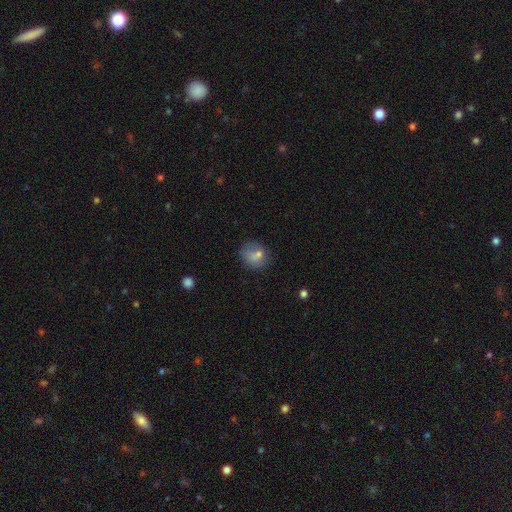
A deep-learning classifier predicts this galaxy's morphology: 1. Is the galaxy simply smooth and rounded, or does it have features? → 72% smooth, 17% featured or disk, 11% star or artifact.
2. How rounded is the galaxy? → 70% round, 29% in between, 1% cigar-shaped.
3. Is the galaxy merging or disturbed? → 56% none, 21% minor disturbance, 14% merger, 9% major disturbance.